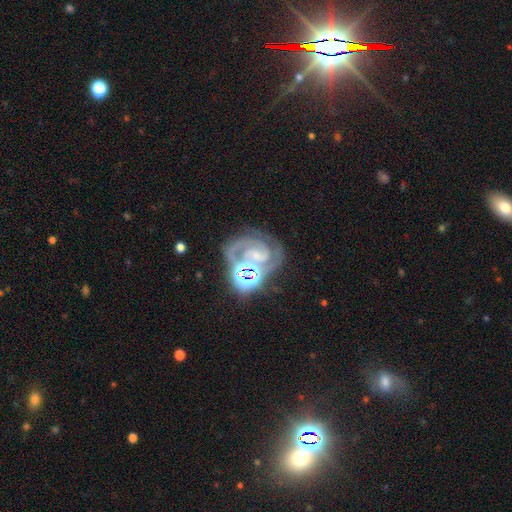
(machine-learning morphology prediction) Q: Smooth or featured?
A: featured or disk (73%); runner-up: star or artifact (18%)
Q: Edge-on disk?
A: no (98%); runner-up: yes (2%)
Q: Bar?
A: no (46%); runner-up: weak (36%)
Q: Spiral arms?
A: yes (95%); runner-up: no (5%)
Q: Spiral winding?
A: tight (58%); runner-up: medium (35%)
Q: Spiral arm count?
A: 2 (61%); runner-up: 3 (14%)
Q: Bulge size?
A: small (55%); runner-up: moderate (26%)
Q: Merging?
A: none (55%); runner-up: merger (16%)